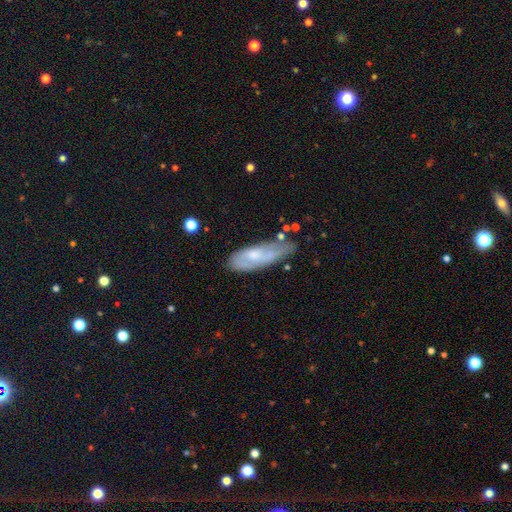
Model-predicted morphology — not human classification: Smooth or featured: smooth — 47% (featured or disk — 46%)
Merging: none — 49% (minor disturbance — 34%)